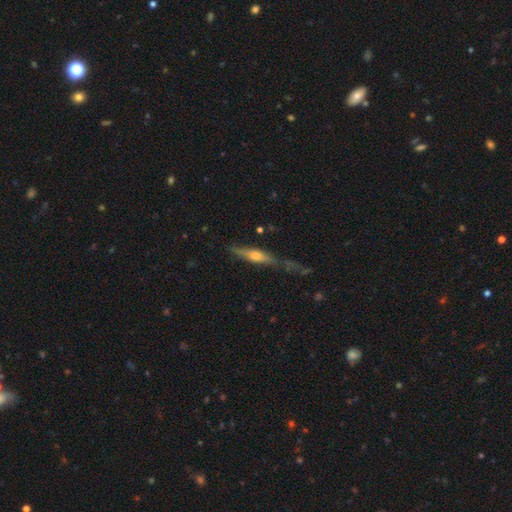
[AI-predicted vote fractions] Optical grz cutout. It shows a featured or disk galaxy (54%) viewed edge-on (91%). Merging: none (59%).